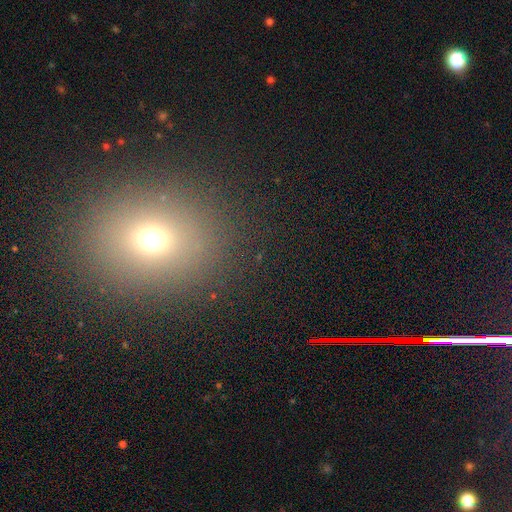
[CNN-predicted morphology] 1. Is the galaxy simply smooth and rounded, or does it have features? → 54% smooth, 35% star or artifact, 11% featured or disk.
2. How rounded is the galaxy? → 69% round, 29% in between, 2% cigar-shaped.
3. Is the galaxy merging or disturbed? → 89% none, 6% minor disturbance, 3% major disturbance, 2% merger.